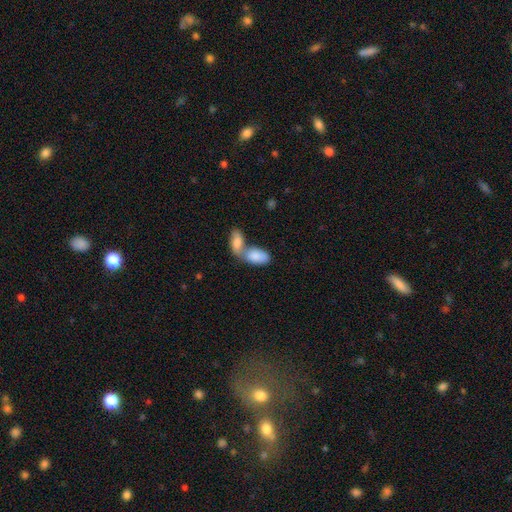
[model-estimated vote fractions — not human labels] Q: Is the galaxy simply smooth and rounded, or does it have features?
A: smooth — 83%.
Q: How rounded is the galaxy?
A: in between — 93%.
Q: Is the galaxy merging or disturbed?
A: merger — 72%.